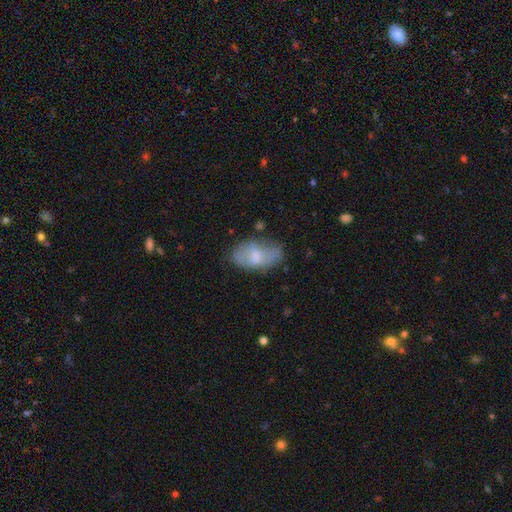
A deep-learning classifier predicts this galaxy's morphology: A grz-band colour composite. It shows a smooth galaxy with no disk features (59%) that is in between round and cigar-shaped (92%). Merging: none (59%).